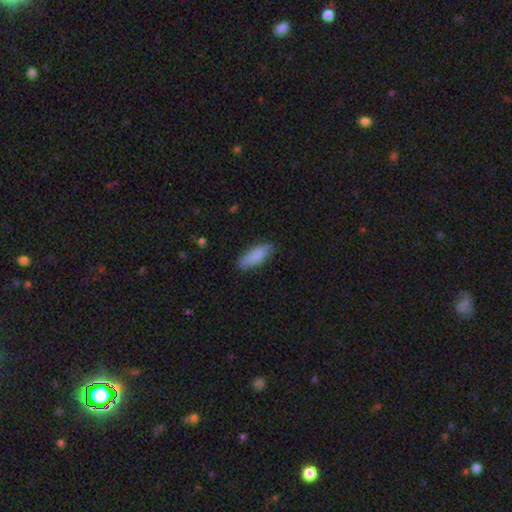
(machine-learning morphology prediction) A smooth galaxy with no disk features (86%) that is in between round and cigar-shaped (65%). Merging: none (80%).